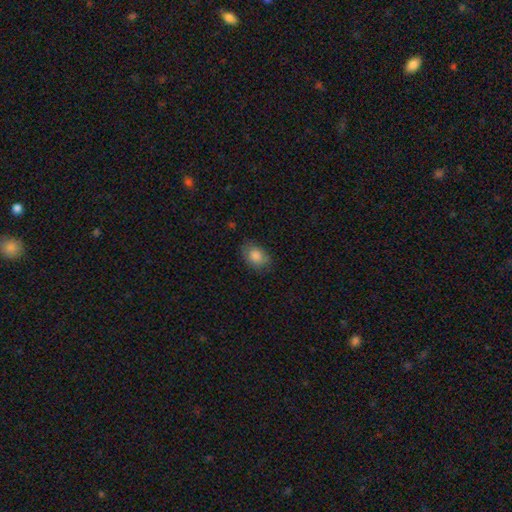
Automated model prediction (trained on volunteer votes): Overall: smooth (84%). How rounded: in between (77%). Merging: none (76%).